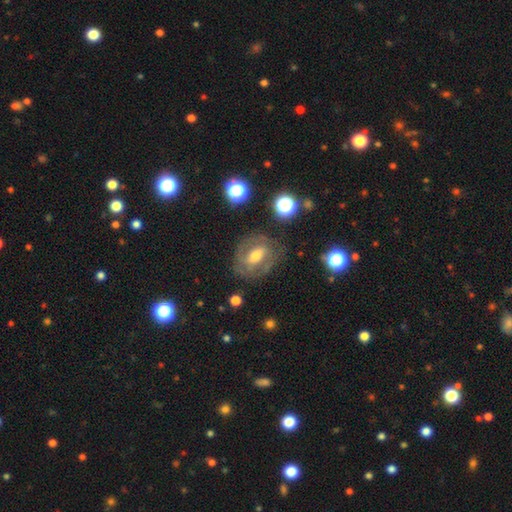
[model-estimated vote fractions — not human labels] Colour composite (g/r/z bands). It shows a featured or disk galaxy (66%) with a weak bar (41%), spiral arms (62%) and a moderate central bulge (62%). Merging: none (71%).